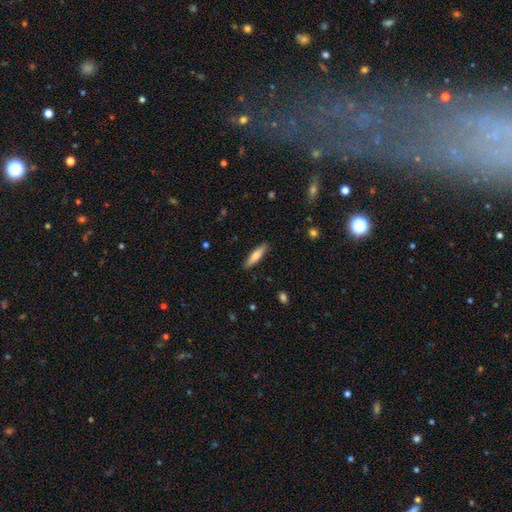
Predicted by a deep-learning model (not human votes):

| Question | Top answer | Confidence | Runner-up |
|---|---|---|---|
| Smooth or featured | smooth | 71% | featured or disk (24%) |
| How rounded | cigar-shaped | 77% | in between (22%) |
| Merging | none | 89% | minor disturbance (8%) |